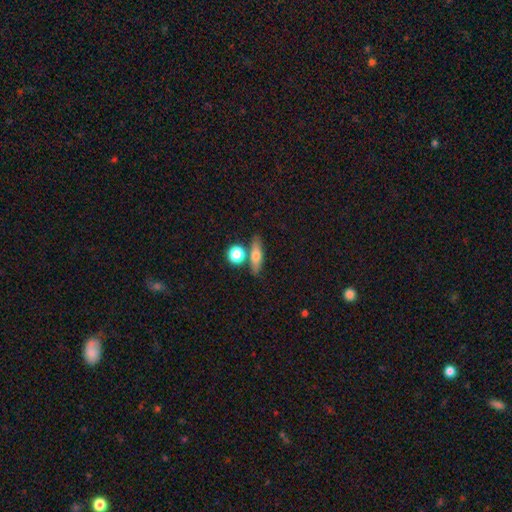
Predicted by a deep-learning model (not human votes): Q: Smooth or featured?
A: smooth (66%); runner-up: featured or disk (25%)
Q: How rounded?
A: cigar-shaped (45%); runner-up: in between (42%)
Q: Merging?
A: none (71%); runner-up: merger (14%)